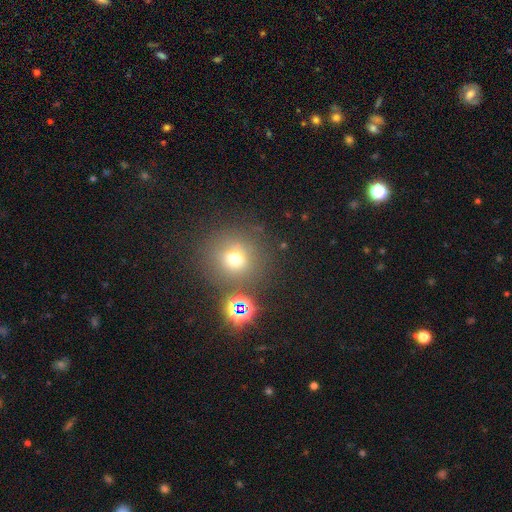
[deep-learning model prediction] Smooth or featured: smooth — 57% (star or artifact — 34%)
How rounded: round — 91% (in between — 8%)
Merging: none — 77% (merger — 12%)